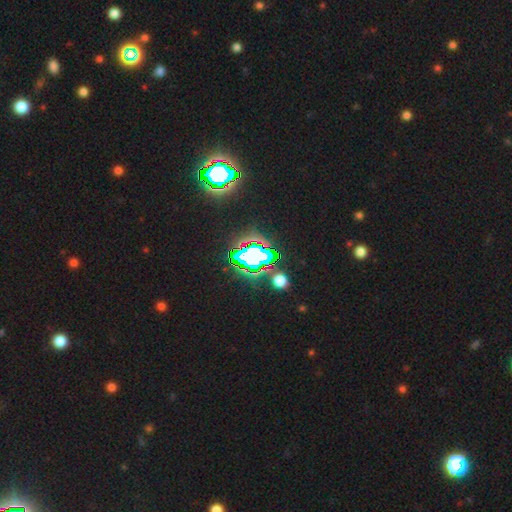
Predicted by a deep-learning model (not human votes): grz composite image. It shows a star or artifact, not a galaxy (79%).